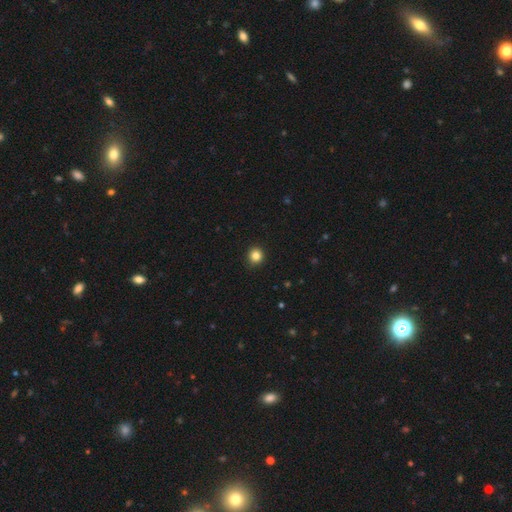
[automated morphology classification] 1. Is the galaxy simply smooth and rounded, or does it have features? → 84% smooth, 12% star or artifact, 4% featured or disk.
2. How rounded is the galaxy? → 91% round, 8% in between, 1% cigar-shaped.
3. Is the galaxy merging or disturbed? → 91% none, 7% minor disturbance, 2% major disturbance, 1% merger.